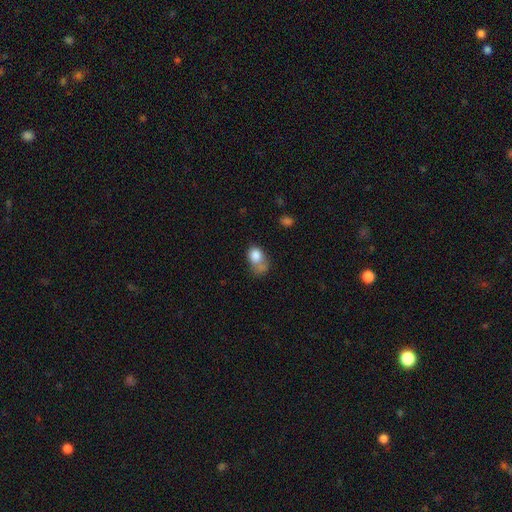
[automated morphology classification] Smooth or featured?
  - smooth: 79% *
  - featured or disk: 12%
  - star or artifact: 9%
How rounded?
  - in between: 62% *
  - round: 36%
  - cigar-shaped: 1%
Merging?
  - none: 27% * (tied)
  - minor disturbance: 27% * (tied)
  - merger: 23%
  - major disturbance: 23%